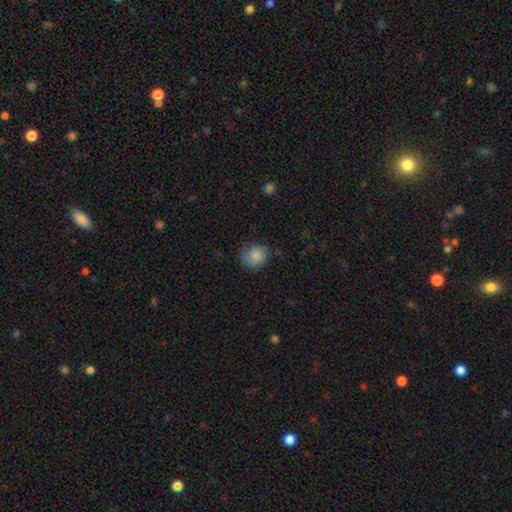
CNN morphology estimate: Smooth or featured? smooth (82%)
How rounded? round (82%)
Merging? none (67%)